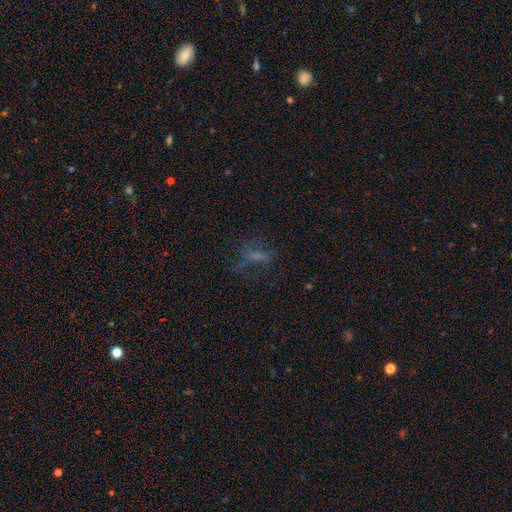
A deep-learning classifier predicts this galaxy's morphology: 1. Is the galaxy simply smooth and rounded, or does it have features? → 37% smooth, 32% featured or disk, 32% star or artifact.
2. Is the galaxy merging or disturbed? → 52% none, 28% major disturbance, 17% minor disturbance, 3% merger.